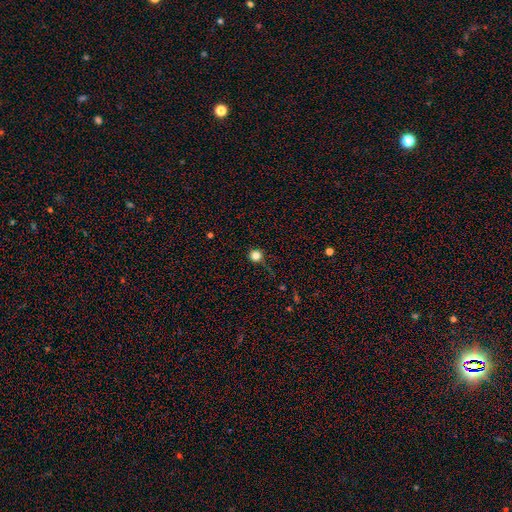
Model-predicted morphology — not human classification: Smooth or featured? Predicted: smooth (p=0.82). How rounded? Predicted: round (p=0.94). Merging? Predicted: none (p=0.81).